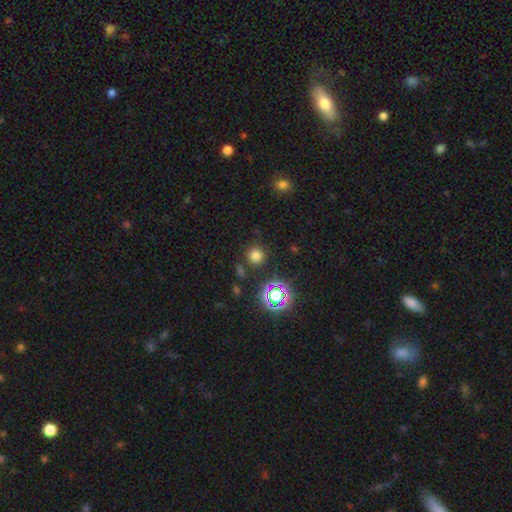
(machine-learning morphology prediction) smooth-or-featured: smooth: 71% | star or artifact: 23% | featured or disk: 6%
  how-rounded: round: 94% | in between: 5% | cigar-shaped: 1%
  merging: none: 85% | minor disturbance: 8% | merger: 4% | major disturbance: 3%